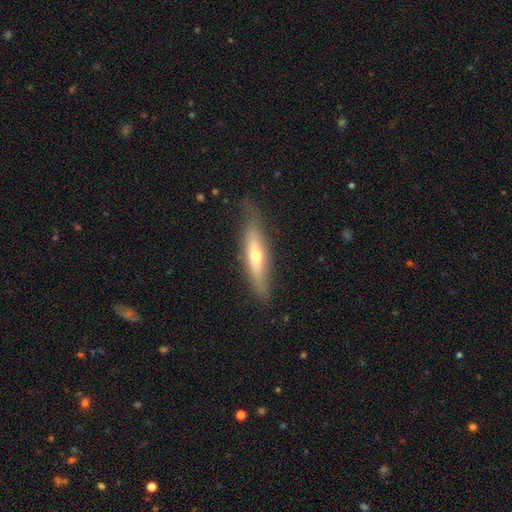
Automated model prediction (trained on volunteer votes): Smooth or featured? Predicted: featured or disk (p=0.52). Edge-on disk? Predicted: yes (p=0.79). Merging? Predicted: none (p=0.79).